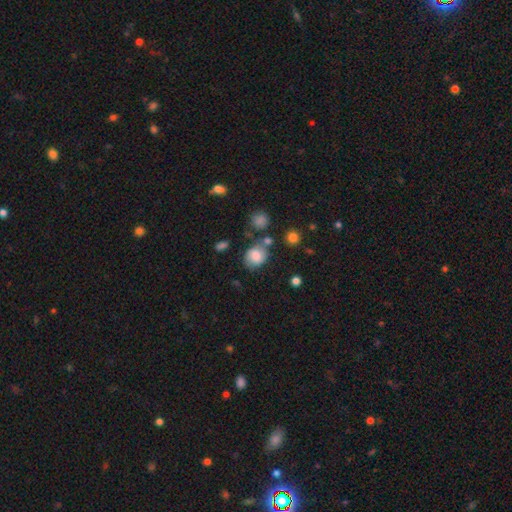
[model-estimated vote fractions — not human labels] Q: Smooth or featured?
A: smooth (68%); runner-up: featured or disk (22%)
Q: How rounded?
A: round (55%); runner-up: in between (44%)
Q: Merging?
A: none (59%); runner-up: minor disturbance (22%)